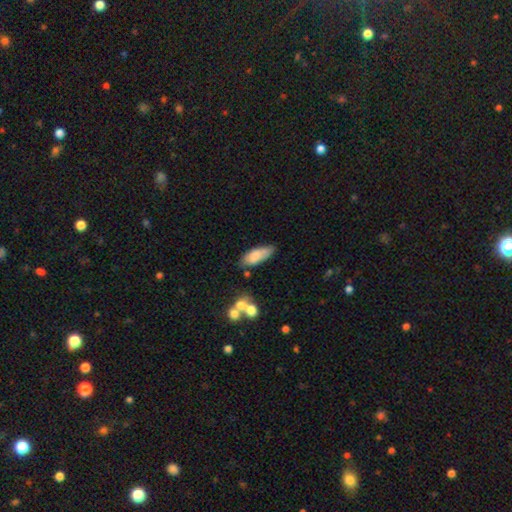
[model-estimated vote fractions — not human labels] smooth_or_featured: smooth (p=0.79) [alt: featured or disk p=0.15]
how_rounded: in between (p=0.72) [alt: cigar-shaped p=0.26]
merging: none (p=0.59) [alt: minor disturbance p=0.26]